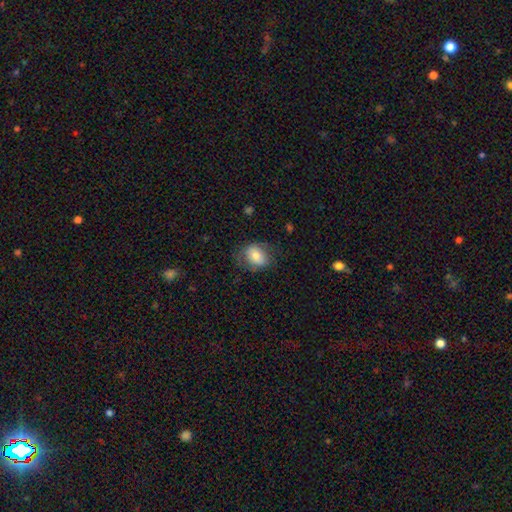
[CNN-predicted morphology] Overall: smooth (67%). How rounded: in between (63%; round 35%). Merging: none (61%; minor disturbance 23%).